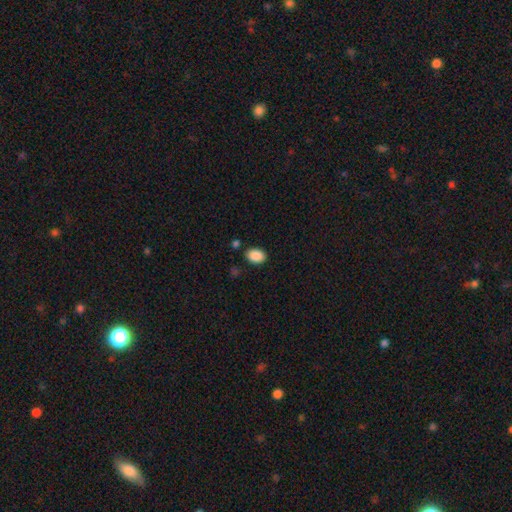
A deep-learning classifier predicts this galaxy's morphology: smooth 89%, star or artifact 8%, featured or disk 3%. Down the decision tree: how rounded — in between (76%); merging — none (85%).